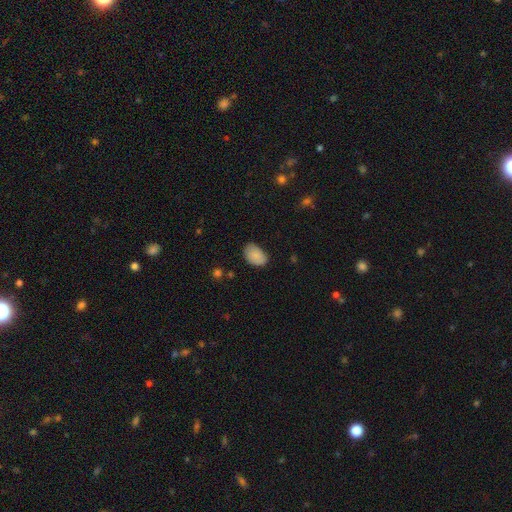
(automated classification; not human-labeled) smooth-or-featured: smooth: 86% | featured or disk: 7% | star or artifact: 7%
  how-rounded: in between: 88% | round: 11% | cigar-shaped: 1%
  merging: none: 71% | minor disturbance: 24% | major disturbance: 4% | merger: 1%